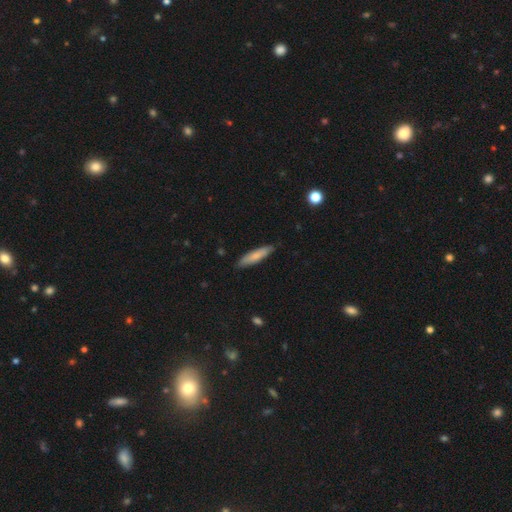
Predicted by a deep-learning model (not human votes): smooth 75%, featured or disk 19%, star or artifact 6%. Down the decision tree: how rounded — cigar-shaped (81%); merging — none (87%).